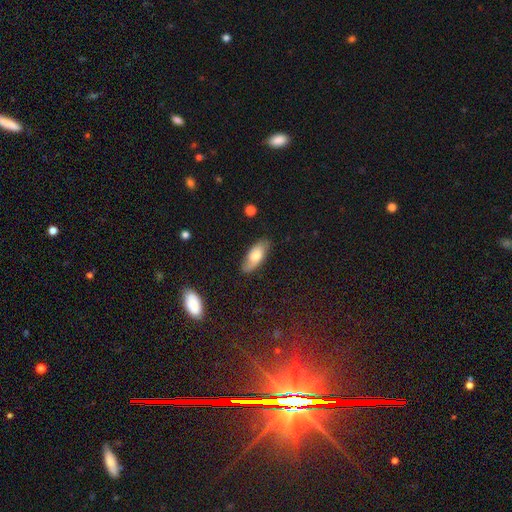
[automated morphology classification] type=smooth (65%); roundness=in between (82%); merging=none (79%).